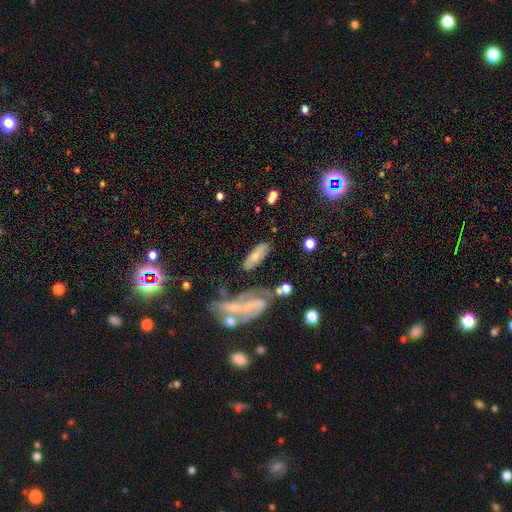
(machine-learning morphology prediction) smooth_or_featured: smooth (p=0.63) [alt: featured or disk p=0.29]
how_rounded: in between (p=0.66) [alt: cigar-shaped p=0.31]
merging: none (p=0.66) [alt: minor disturbance p=0.17]